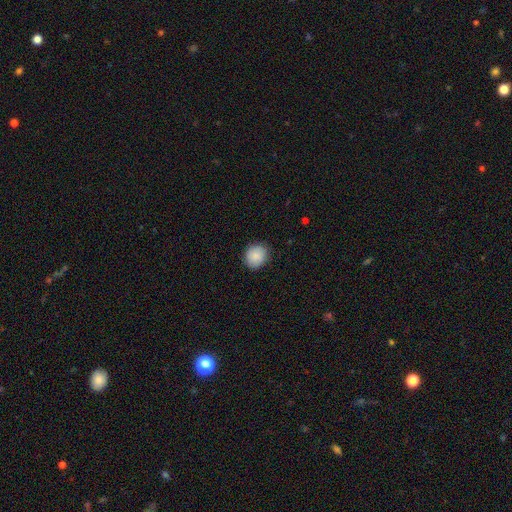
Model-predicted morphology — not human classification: smooth_or_featured: smooth (p=0.87) [alt: star or artifact p=0.08]
how_rounded: round (p=0.76) [alt: in between p=0.23]
merging: none (p=0.86) [alt: minor disturbance p=0.11]